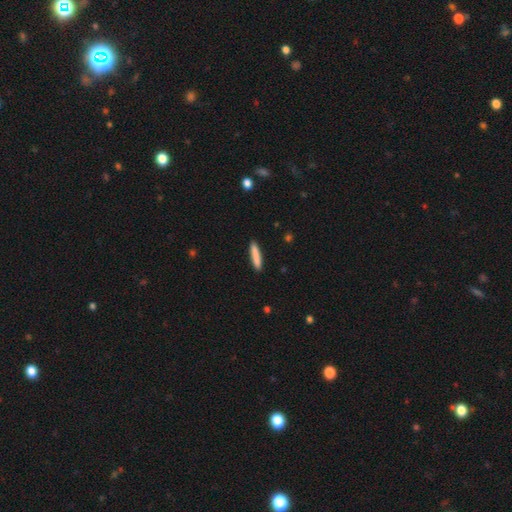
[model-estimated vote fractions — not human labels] Smooth or featured? Predicted: smooth (p=0.84). How rounded? Predicted: cigar-shaped (p=0.92). Merging? Predicted: none (p=0.91).